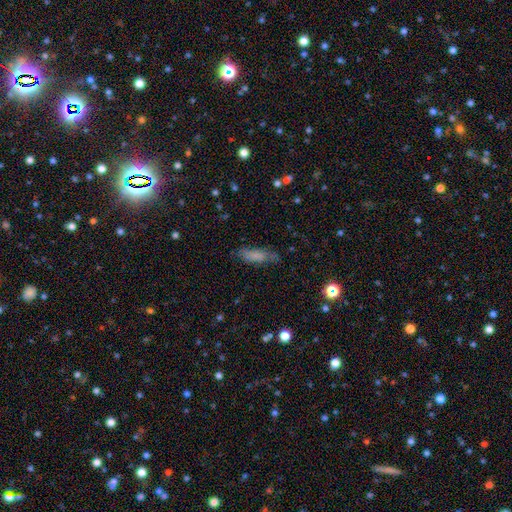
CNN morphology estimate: Smooth or featured: smooth — 68% (featured or disk — 21%)
How rounded: in between — 53% (cigar-shaped — 45%)
Merging: none — 64% (minor disturbance — 25%)